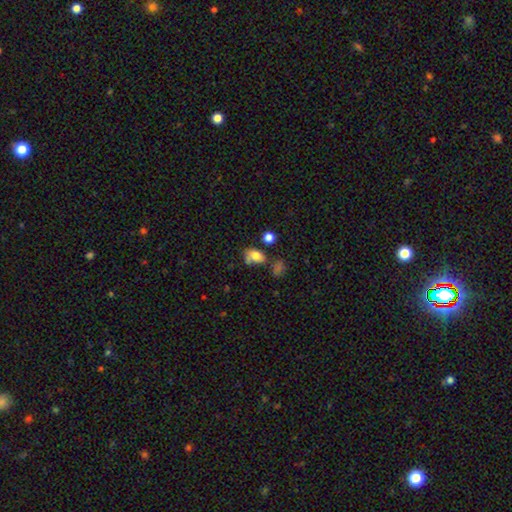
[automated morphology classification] A smooth galaxy with no disk features (76%) that is in between round and cigar-shaped (75%).

Vote fractions:
- Smooth or featured? smooth: 76% / featured or disk: 14% / star or artifact: 11%
- How rounded? in between: 75% / round: 24% / cigar-shaped: 2%
- Merging? none: 48% / minor disturbance: 24% / merger: 16% / major disturbance: 12%